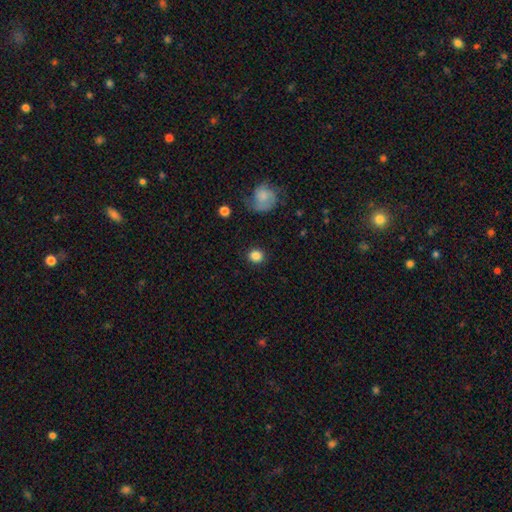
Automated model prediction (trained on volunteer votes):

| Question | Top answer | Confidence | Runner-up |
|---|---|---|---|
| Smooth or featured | smooth | 86% | star or artifact (9%) |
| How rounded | round | 81% | in between (18%) |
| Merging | none | 86% | minor disturbance (9%) |